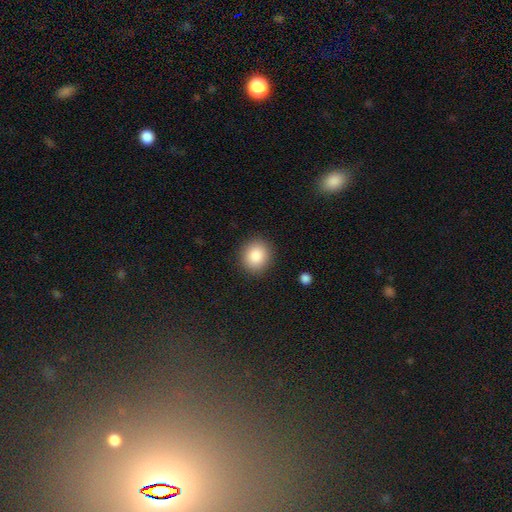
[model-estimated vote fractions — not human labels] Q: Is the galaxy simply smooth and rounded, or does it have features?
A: smooth — 87%.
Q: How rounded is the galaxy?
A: round — 79%.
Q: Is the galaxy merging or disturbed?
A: none — 89%.